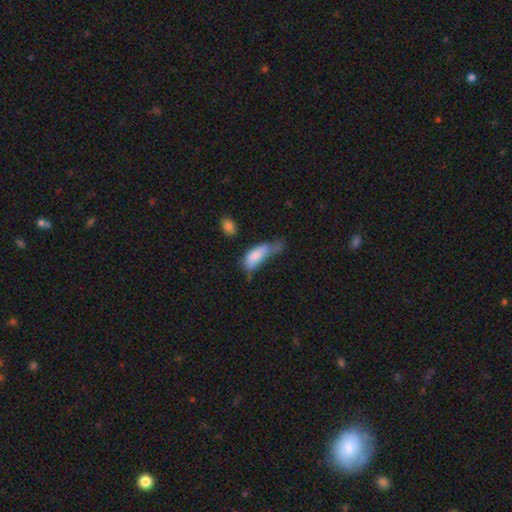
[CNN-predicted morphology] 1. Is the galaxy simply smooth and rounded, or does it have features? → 78% smooth, 14% featured or disk, 8% star or artifact.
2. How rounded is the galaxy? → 74% in between, 23% cigar-shaped, 3% round.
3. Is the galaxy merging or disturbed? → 38% major disturbance, 32% minor disturbance, 18% none, 11% merger.